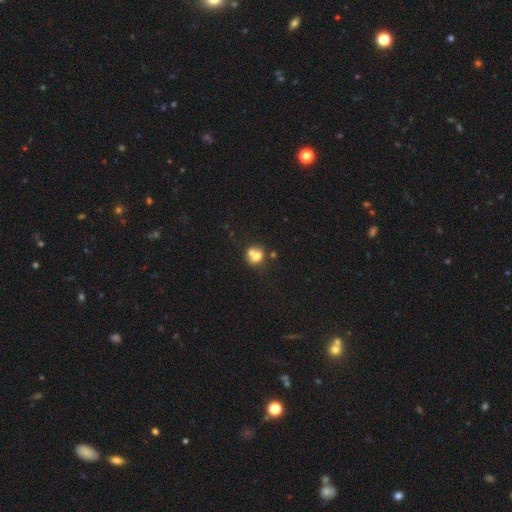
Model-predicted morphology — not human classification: smooth-or-featured: smooth: 68% | featured or disk: 21% | star or artifact: 12%
  how-rounded: round: 75% | in between: 24% | cigar-shaped: 1%
  merging: merger: 54% | none: 34% | minor disturbance: 9% | major disturbance: 4%